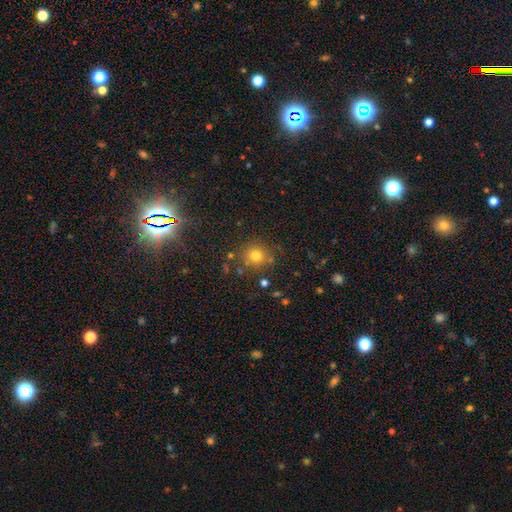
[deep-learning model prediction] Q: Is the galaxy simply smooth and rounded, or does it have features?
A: smooth — 74%.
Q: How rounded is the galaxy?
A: round — 87%.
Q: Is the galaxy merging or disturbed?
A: none — 77%.